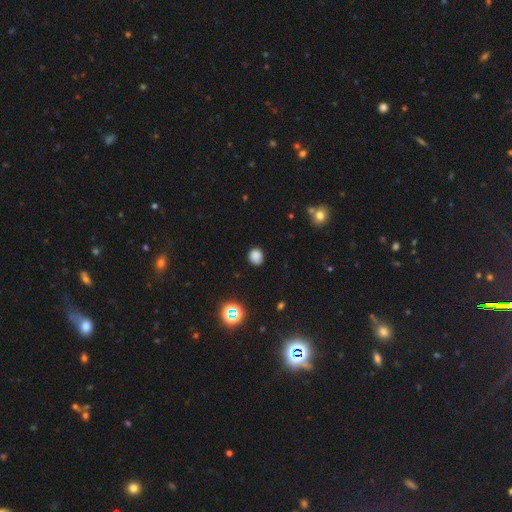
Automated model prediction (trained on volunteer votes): smooth-or-featured: smooth: 80% | star or artifact: 15% | featured or disk: 4%
  how-rounded: round: 73% | in between: 26% | cigar-shaped: 1%
  merging: none: 84% | minor disturbance: 12% | major disturbance: 3% | merger: 1%